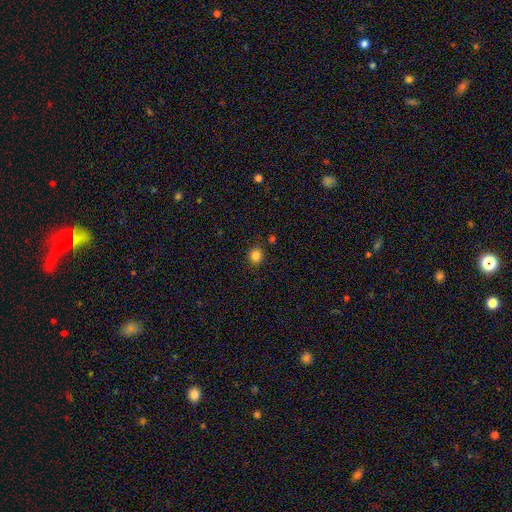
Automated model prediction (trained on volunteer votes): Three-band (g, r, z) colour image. It shows a smooth galaxy with no disk features (84%) that is round (86%). Merging: none (87%).